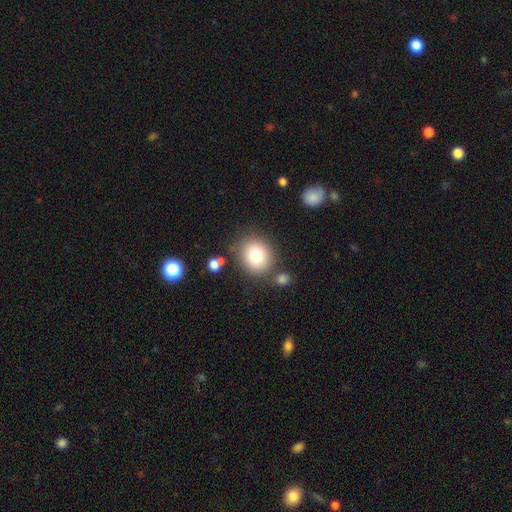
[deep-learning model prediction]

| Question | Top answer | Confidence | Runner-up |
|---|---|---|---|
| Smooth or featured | smooth | 78% | featured or disk (11%) |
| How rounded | round | 79% | in between (20%) |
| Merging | none | 77% | minor disturbance (11%) |